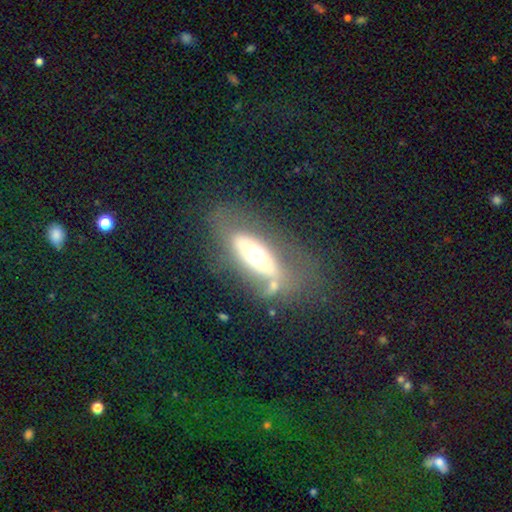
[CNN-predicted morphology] smooth-or-featured: featured or disk: 57% | smooth: 36% | star or artifact: 7%
  disk-edge-on: no: 81% | yes: 19%
  merging: none: 55% | minor disturbance: 19% | major disturbance: 17% | merger: 9%